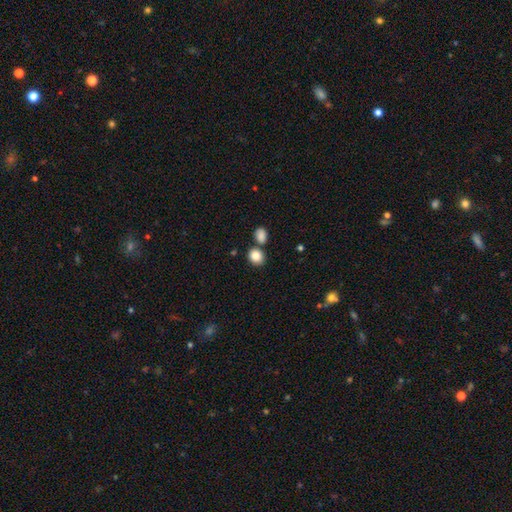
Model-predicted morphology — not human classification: Overall: smooth (87%). How rounded: round (58%; in between 41%). Merging: none (68%).